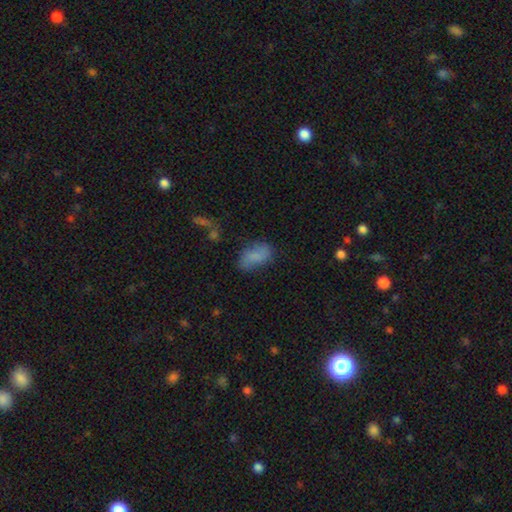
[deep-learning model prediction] The model was most divided on "merging": none: 62%, minor disturbance: 24%, major disturbance: 10%, merger: 4%. More confident: how rounded — in between (91%); smooth or featured — smooth (77%).